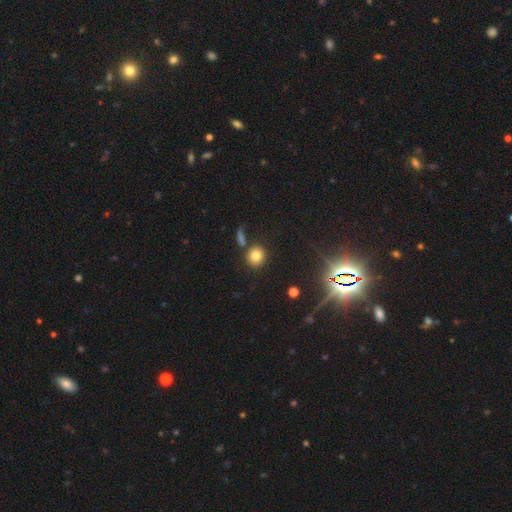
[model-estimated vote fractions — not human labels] Smooth or featured?
  - smooth: 79% *
  - star or artifact: 13%
  - featured or disk: 8%
How rounded?
  - round: 85% *
  - in between: 14%
  - cigar-shaped: 1%
Merging?
  - none: 77% *
  - merger: 10%
  - minor disturbance: 9%
  - major disturbance: 4%